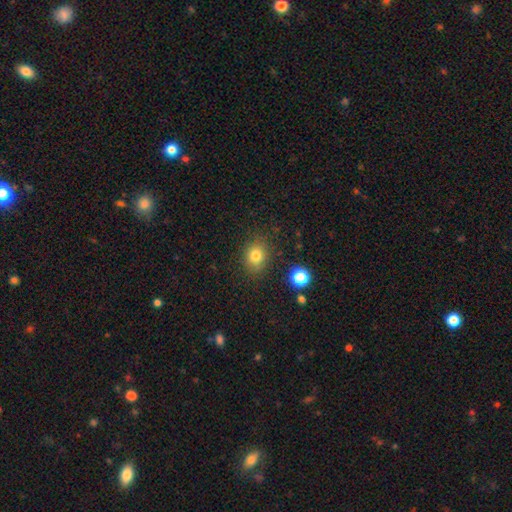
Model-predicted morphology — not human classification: A smooth galaxy with no disk features (79%) that is round (58%).

Vote fractions:
- Smooth or featured? smooth: 79% / star or artifact: 13% / featured or disk: 8%
- How rounded? round: 58% / in between: 41% / cigar-shaped: 1%
- Merging? none: 83% / minor disturbance: 12% / major disturbance: 4% / merger: 2%